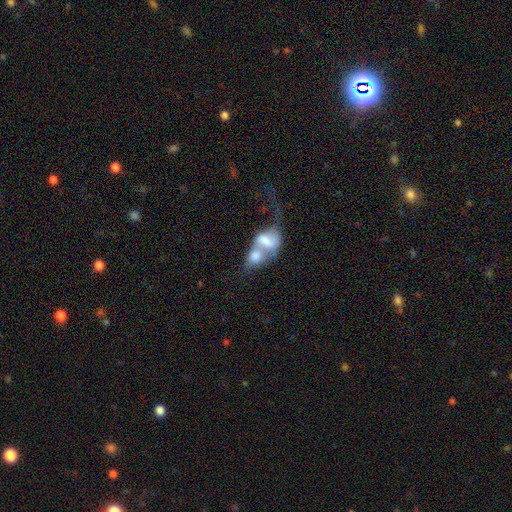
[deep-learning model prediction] This appears to be a smooth galaxy with no disk features (59%) that is in between round and cigar-shaped (69%). Merging: merger (79%).